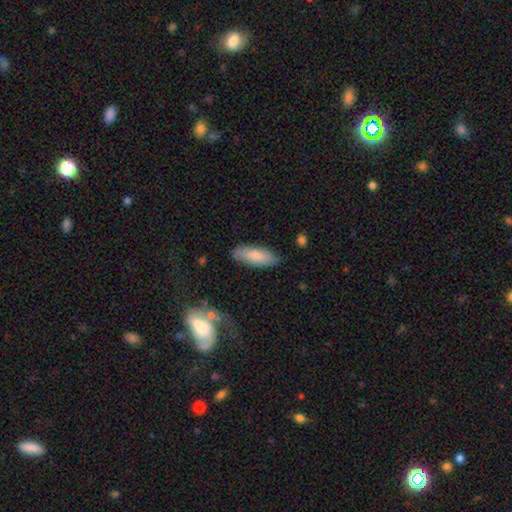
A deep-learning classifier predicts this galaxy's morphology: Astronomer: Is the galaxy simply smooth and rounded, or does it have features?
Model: smooth — 80%.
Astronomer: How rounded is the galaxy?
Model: in between — 70%.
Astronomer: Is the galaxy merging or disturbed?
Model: none — 79%.